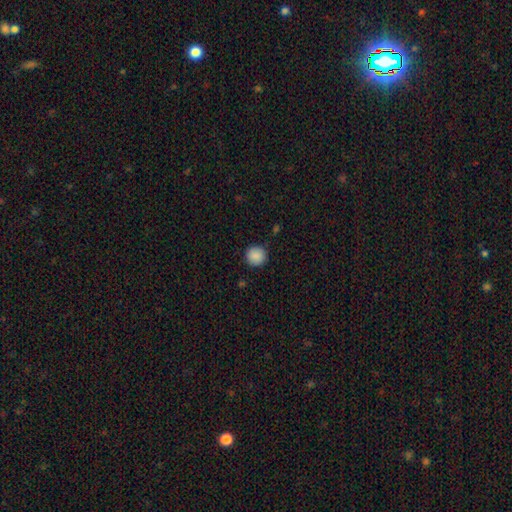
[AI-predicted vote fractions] A smooth galaxy with no disk features (89%) that is round (92%). Merging: none (89%).